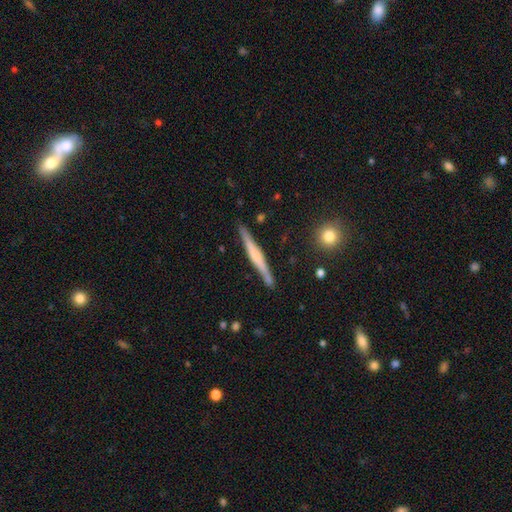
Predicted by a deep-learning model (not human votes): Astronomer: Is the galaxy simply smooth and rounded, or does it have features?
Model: featured or disk — 66%.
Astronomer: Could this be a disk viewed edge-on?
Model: yes — 98%.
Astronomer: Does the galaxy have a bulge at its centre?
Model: rounded — 43% (runner-up: none, 31%).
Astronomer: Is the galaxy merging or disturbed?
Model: none — 88%.